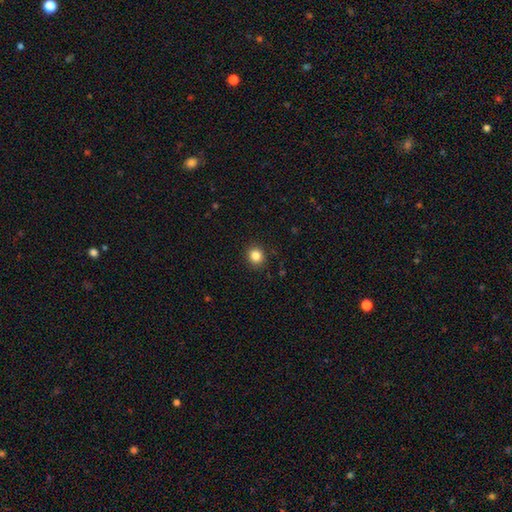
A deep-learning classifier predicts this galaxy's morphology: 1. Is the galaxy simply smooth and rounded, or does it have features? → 85% smooth, 11% star or artifact, 4% featured or disk.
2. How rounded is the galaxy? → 86% round, 13% in between, 1% cigar-shaped.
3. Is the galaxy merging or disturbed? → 91% none, 6% minor disturbance, 2% major disturbance, 1% merger.